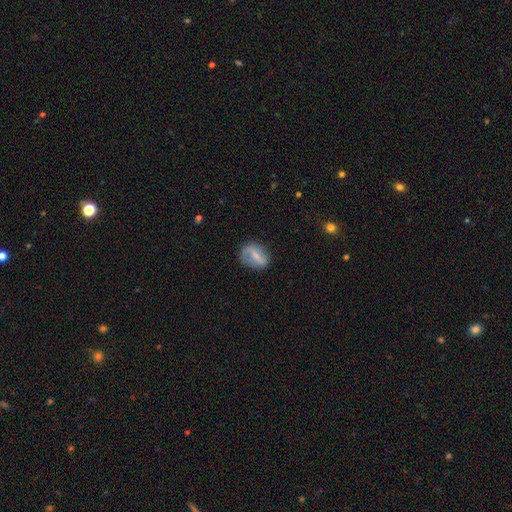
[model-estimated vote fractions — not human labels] A featured or disk galaxy (46%, tied with smooth). Merging: none (70%).